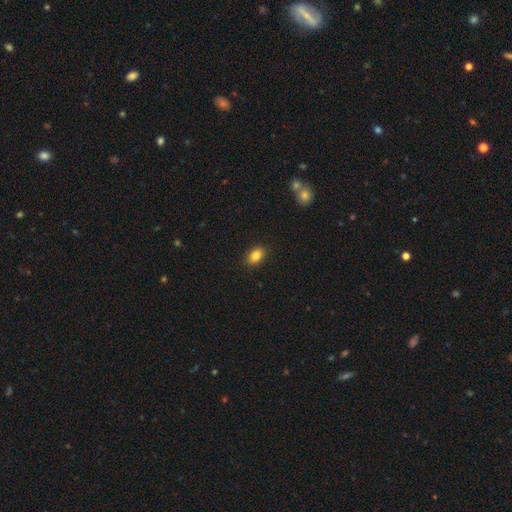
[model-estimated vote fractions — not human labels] smooth 85%, star or artifact 9%, featured or disk 6%. Down the decision tree: how rounded — in between (82%); merging — none (89%).